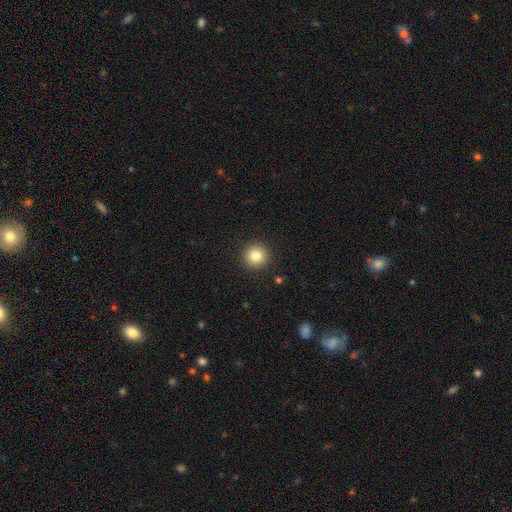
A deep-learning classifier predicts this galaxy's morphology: A smooth galaxy with no disk features (83%) that is round (95%).

Vote fractions:
- Smooth or featured? smooth: 83% / star or artifact: 11% / featured or disk: 6%
- How rounded? round: 95% / in between: 4% / cigar-shaped: 1%
- Merging? none: 92% / minor disturbance: 5% / major disturbance: 2% / merger: 1%